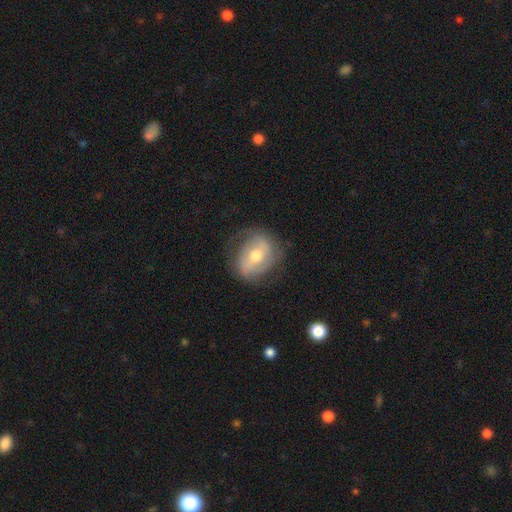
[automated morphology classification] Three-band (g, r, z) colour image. It shows a featured or disk galaxy (60%) with a weak bar (42%), spiral arms (68%) and a moderate central bulge (71%). Merging: none (71%).